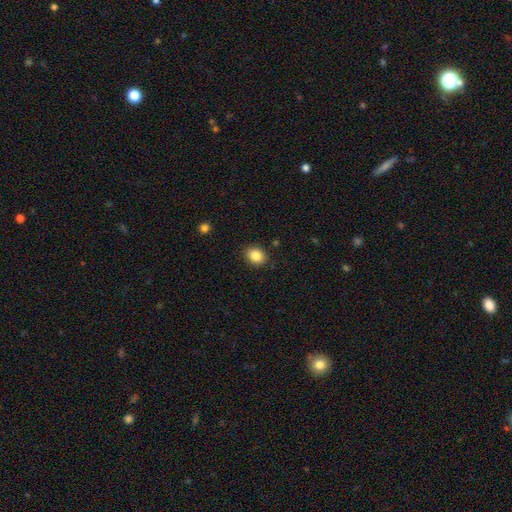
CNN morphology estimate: smooth_or_featured: smooth (p=0.85) [alt: star or artifact p=0.10]
how_rounded: round (p=0.54) [alt: in between p=0.45]
merging: none (p=0.89) [alt: minor disturbance p=0.08]